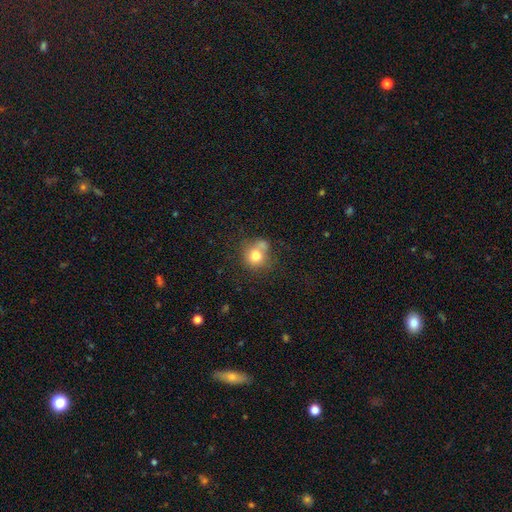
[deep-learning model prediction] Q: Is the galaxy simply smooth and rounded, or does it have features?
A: smooth — 76%.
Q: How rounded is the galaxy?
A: round — 82%.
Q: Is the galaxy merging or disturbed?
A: none — 49%.